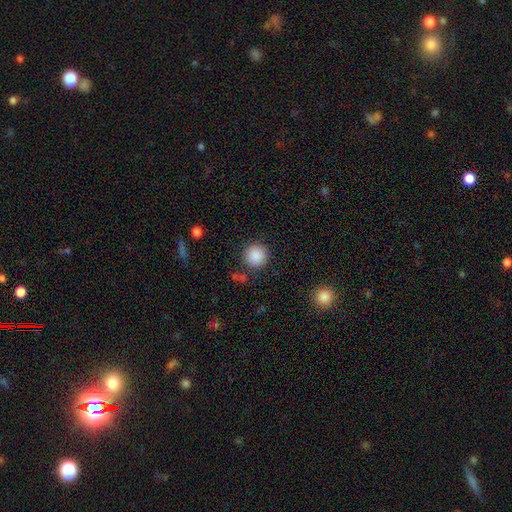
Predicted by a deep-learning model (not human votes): The model was most divided on "merging": none: 87%, minor disturbance: 8%, major disturbance: 3%, merger: 3%. More confident: how rounded — round (94%); smooth or featured — smooth (88%).